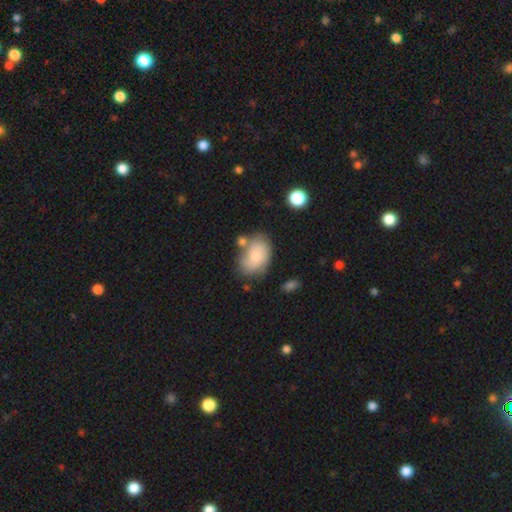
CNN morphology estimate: smooth 57%, featured or disk 36%, star or artifact 8%. Down the decision tree: how rounded — in between (79%); merging — none (53%).